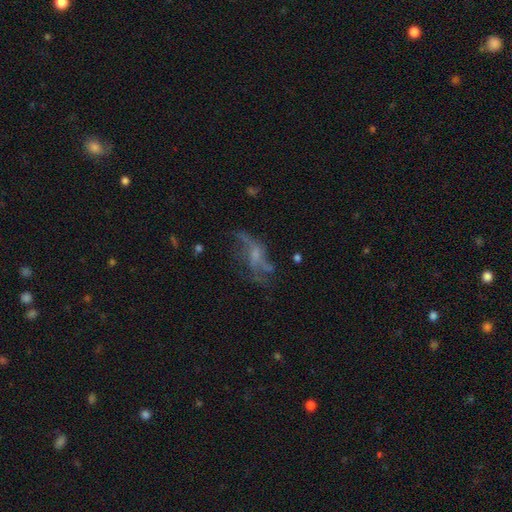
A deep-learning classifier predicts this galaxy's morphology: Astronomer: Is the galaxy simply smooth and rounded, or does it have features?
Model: featured or disk — 65%.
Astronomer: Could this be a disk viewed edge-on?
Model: no — 90%.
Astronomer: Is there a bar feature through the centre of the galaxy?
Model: no — 65%.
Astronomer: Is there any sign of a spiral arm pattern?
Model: yes — 62% (runner-up: no, 38%).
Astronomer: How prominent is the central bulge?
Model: small — 39% (runner-up: none, 38%).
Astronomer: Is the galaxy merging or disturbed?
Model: none — 46% (runner-up: major disturbance, 32%).